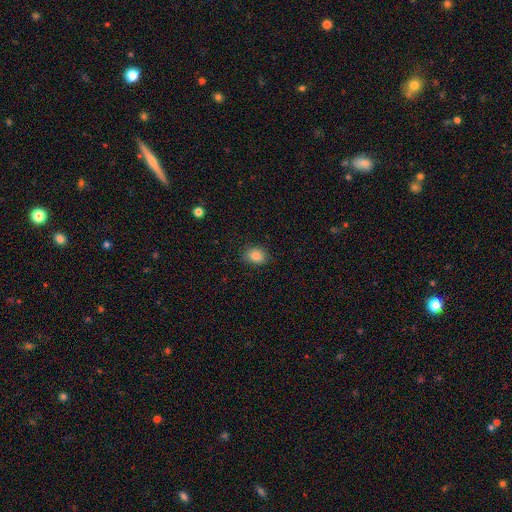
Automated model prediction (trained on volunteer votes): A smooth galaxy with no disk features (85%) that is in between round and cigar-shaped (53%). Merging: none (84%).